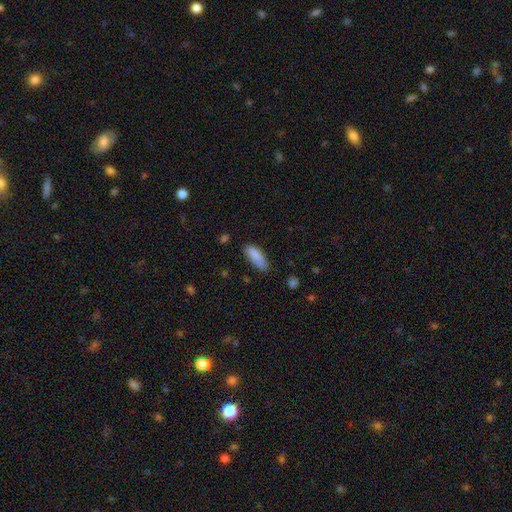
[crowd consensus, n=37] Q: Smooth or featured?
A: smooth (84%); runner-up: featured or disk (11%)
Q: How rounded?
A: in between (74%); runner-up: cigar-shaped (26%)
Q: Merging?
A: none (66%); runner-up: minor disturbance (29%)